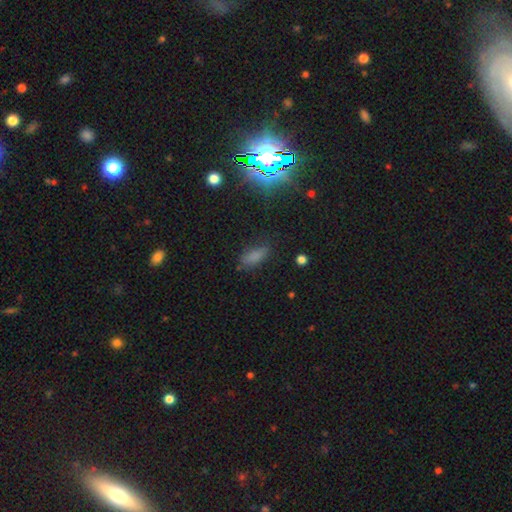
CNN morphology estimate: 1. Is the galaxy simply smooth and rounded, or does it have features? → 60% smooth, 30% star or artifact, 10% featured or disk.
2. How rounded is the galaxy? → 74% in between, 21% cigar-shaped, 5% round.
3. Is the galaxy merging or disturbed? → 76% none, 16% minor disturbance, 6% major disturbance, 2% merger.